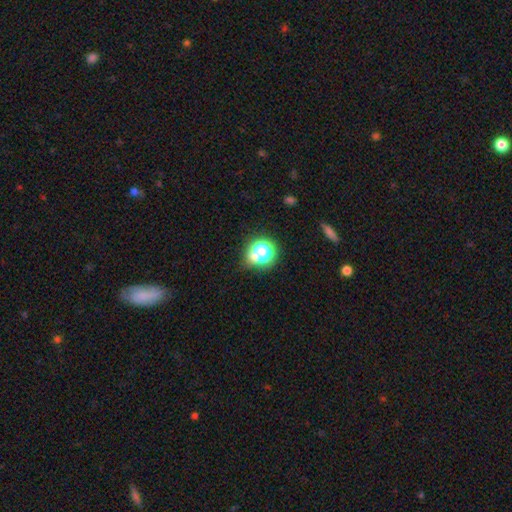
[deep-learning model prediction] smooth-or-featured: smooth: 57% | star or artifact: 34% | featured or disk: 9%
  how-rounded: round: 73% | in between: 25% | cigar-shaped: 2%
  merging: none: 70% | minor disturbance: 16% | major disturbance: 8% | merger: 6%